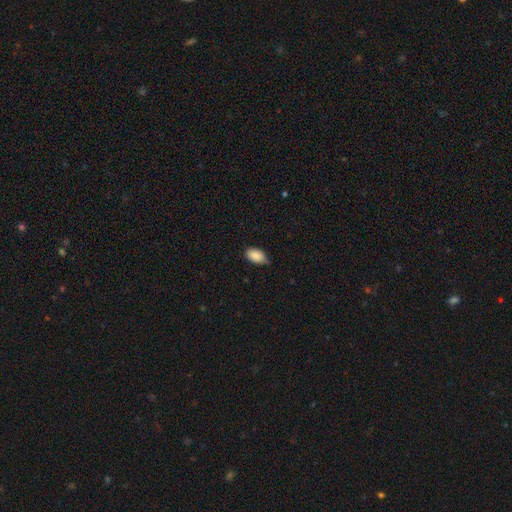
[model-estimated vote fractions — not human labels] smooth_or_featured: smooth (p=0.89) [alt: star or artifact p=0.07]
how_rounded: in between (p=0.92) [alt: round p=0.06]
merging: none (p=0.63) [alt: minor disturbance p=0.32]